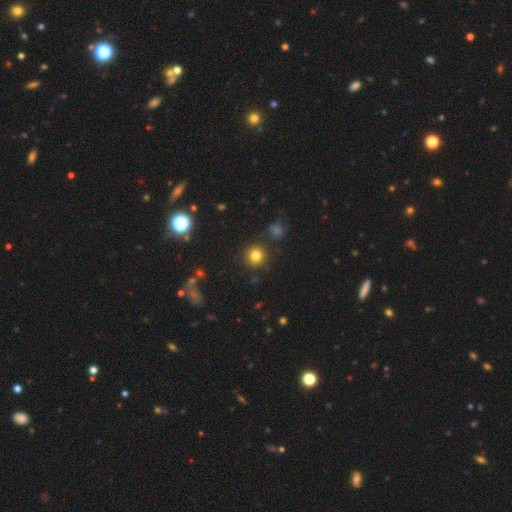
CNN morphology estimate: type=smooth (79%); roundness=round (94%); merging=none (87%).